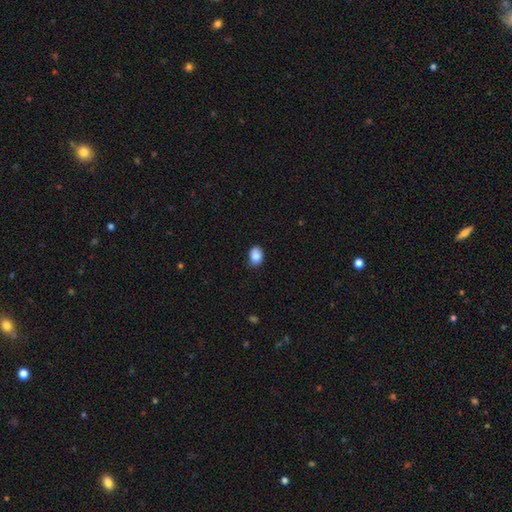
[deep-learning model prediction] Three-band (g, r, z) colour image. It shows a smooth galaxy with no disk features (88%) that is in between round and cigar-shaped (72%). Merging: none (75%).